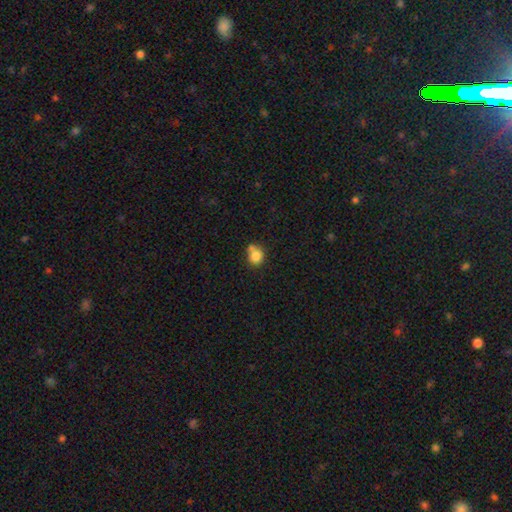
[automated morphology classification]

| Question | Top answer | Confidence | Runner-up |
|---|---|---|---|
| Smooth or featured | smooth | 81% | star or artifact (10%) |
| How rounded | round | 76% | in between (23%) |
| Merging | none | 48% | merger (35%) |